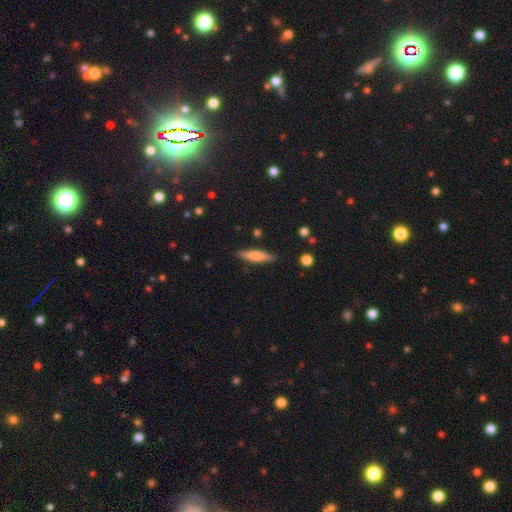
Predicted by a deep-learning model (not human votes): Morphology: type=smooth (64%); roundness=cigar-shaped (78%); merging=none (86%).